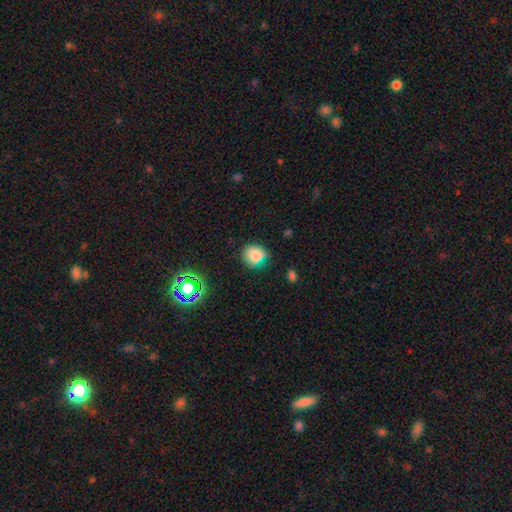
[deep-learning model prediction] Morphology: type=smooth (79%); roundness=round (77%); merging=none (71%).